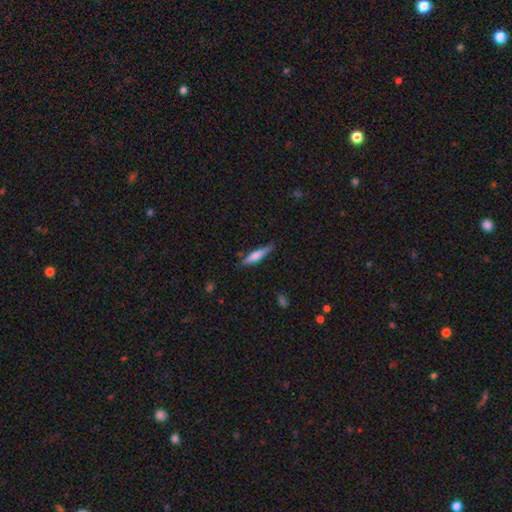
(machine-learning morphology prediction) This is likely a smooth galaxy (65%). How rounded: clearly cigar-shaped (81%). Merging: likely none (76%).